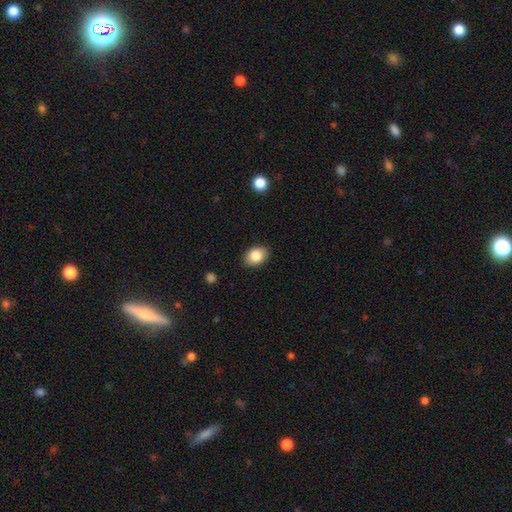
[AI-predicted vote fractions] Smooth or featured? smooth (85%)
How rounded? in between (77%)
Merging? none (87%)